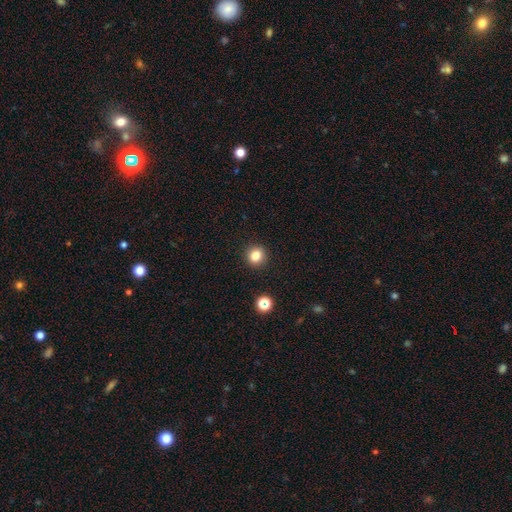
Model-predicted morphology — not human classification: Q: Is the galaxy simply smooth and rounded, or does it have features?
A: smooth — 81%.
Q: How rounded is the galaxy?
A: round — 91%.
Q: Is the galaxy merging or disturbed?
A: none — 92%.